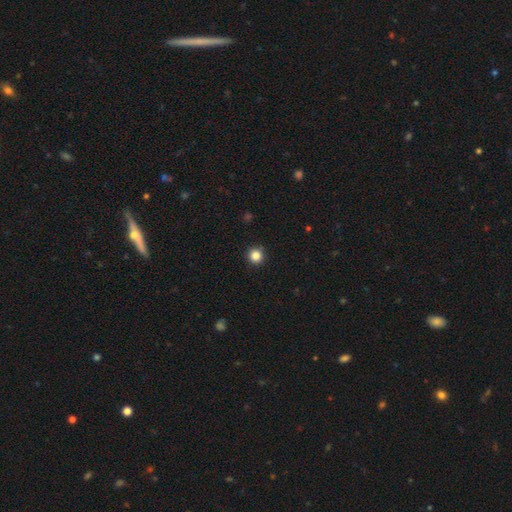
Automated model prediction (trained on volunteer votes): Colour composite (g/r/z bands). It shows a smooth galaxy with no disk features (84%) that is round (95%). Merging: none (92%).